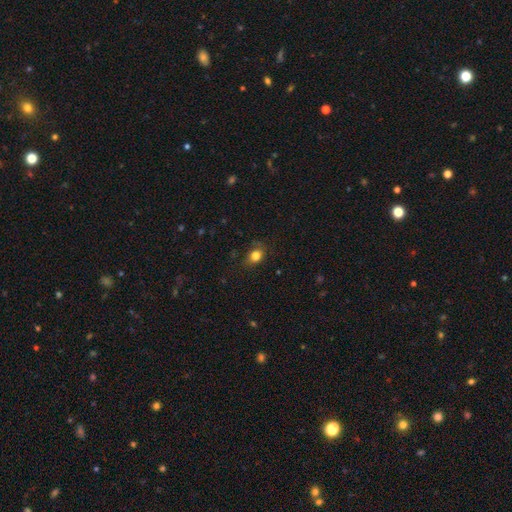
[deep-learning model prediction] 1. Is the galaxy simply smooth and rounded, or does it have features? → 80% smooth, 12% star or artifact, 8% featured or disk.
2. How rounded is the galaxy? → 51% round, 48% in between, 1% cigar-shaped.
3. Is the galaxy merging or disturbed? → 70% none, 22% minor disturbance, 7% major disturbance, 1% merger.